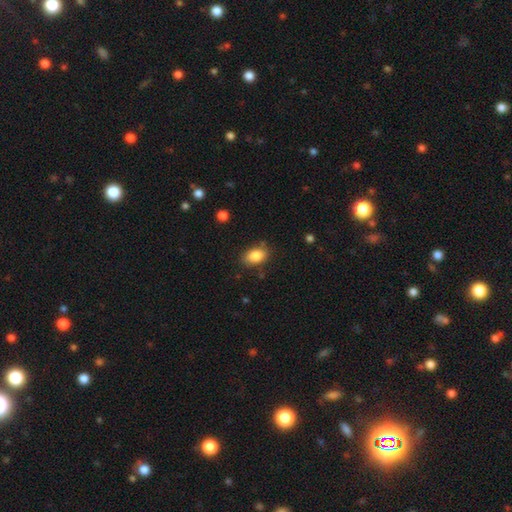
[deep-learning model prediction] This is clearly a smooth galaxy (85%). How rounded: clearly in between (87%). Merging: clearly none (81%).